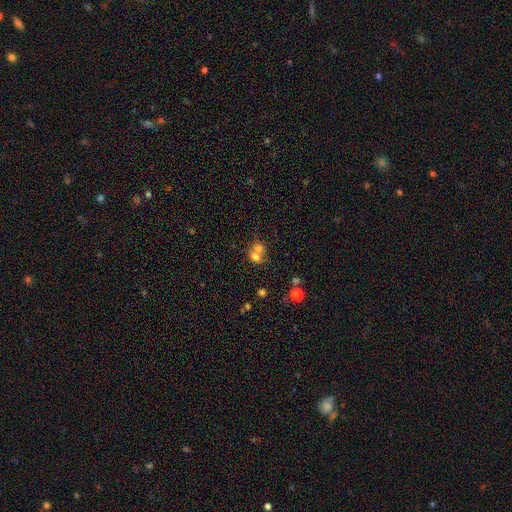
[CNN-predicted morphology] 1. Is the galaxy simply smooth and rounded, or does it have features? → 69% smooth, 18% featured or disk, 13% star or artifact.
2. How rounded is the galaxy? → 59% round, 40% in between, 1% cigar-shaped.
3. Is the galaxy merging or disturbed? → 65% merger, 26% none, 6% minor disturbance, 3% major disturbance.